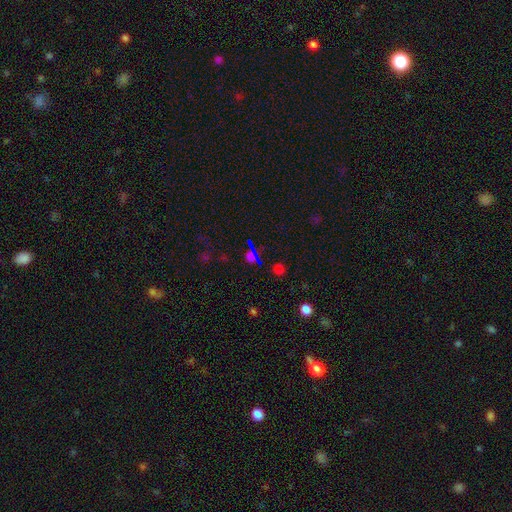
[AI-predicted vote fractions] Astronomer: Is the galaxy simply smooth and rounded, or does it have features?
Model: star or artifact — 64%.